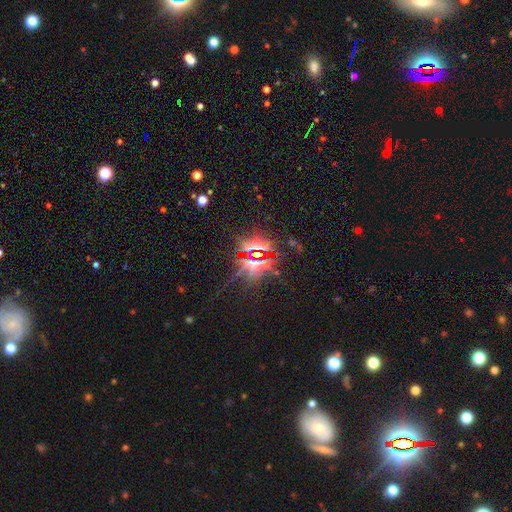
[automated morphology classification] star or artifact 82%, featured or disk 9%, smooth 9%.